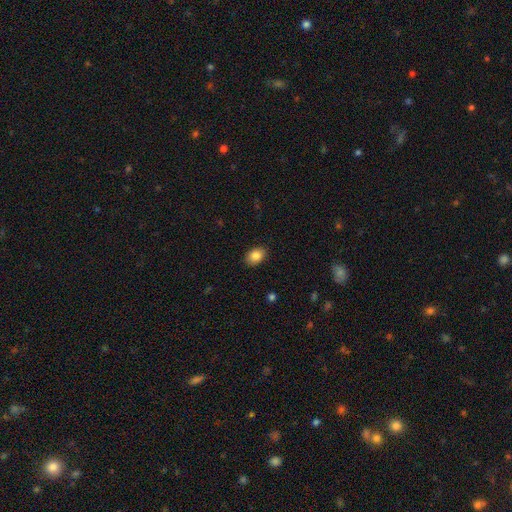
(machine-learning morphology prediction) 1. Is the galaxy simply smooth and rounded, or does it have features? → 85% smooth, 8% star or artifact, 6% featured or disk.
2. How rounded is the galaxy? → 76% in between, 23% round, 1% cigar-shaped.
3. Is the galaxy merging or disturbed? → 89% none, 8% minor disturbance, 2% major disturbance, 1% merger.